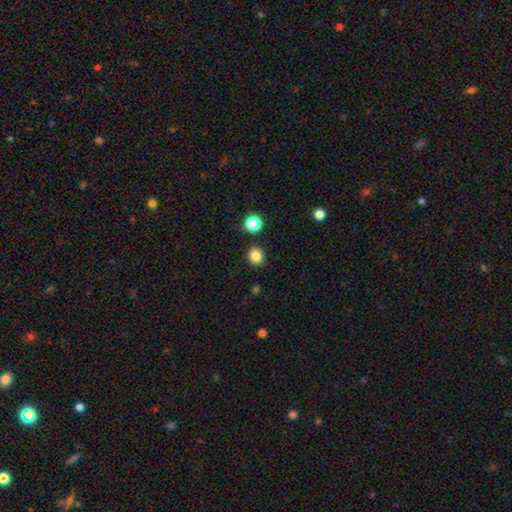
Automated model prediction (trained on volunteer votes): Smooth or featured: smooth — 84% (star or artifact — 12%)
How rounded: round — 67% (in between — 32%)
Merging: none — 86% (minor disturbance — 8%)